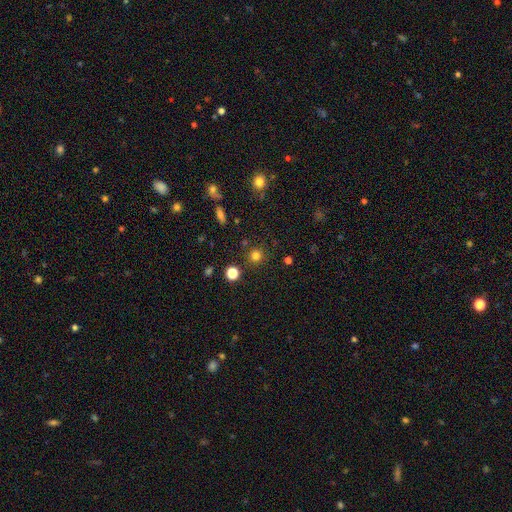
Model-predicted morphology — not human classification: This is likely a smooth galaxy (79%). How rounded: clearly round (92%). Merging: clearly none (87%).